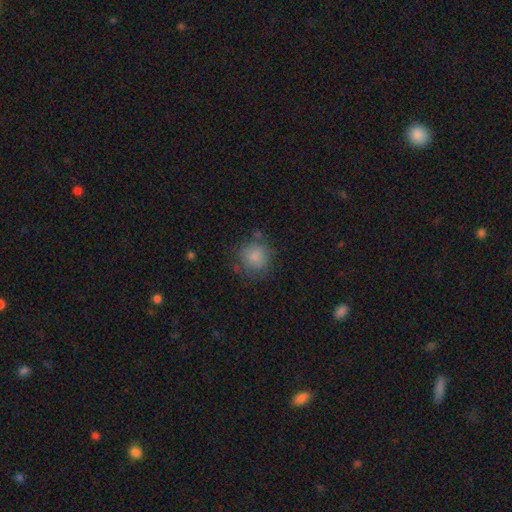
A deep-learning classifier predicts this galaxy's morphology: Smooth or featured? smooth (82%)
How rounded? round (90%)
Merging? none (76%)